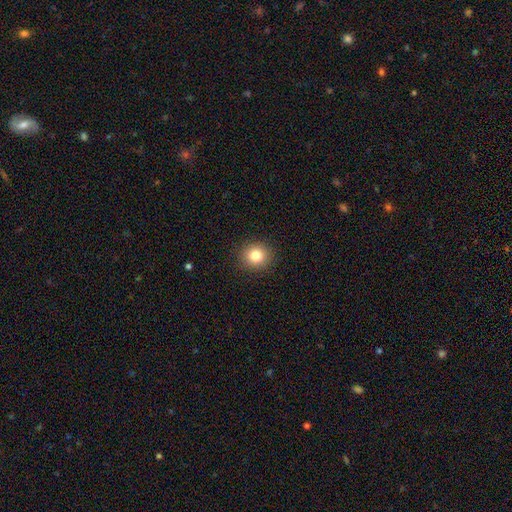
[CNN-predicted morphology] A smooth galaxy with no disk features (81%) that is round (87%).

Vote fractions:
- Smooth or featured? smooth: 81% / star or artifact: 12% / featured or disk: 7%
- How rounded? round: 87% / in between: 12% / cigar-shaped: 1%
- Merging? none: 91% / minor disturbance: 6% / major disturbance: 2% / merger: 1%